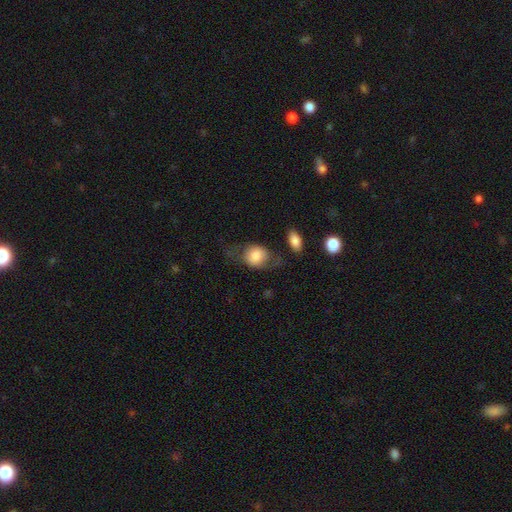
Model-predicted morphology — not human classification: Q: Smooth or featured?
A: smooth (73%); runner-up: featured or disk (20%)
Q: How rounded?
A: round (49%); tied with: in between (49%)
Q: Merging?
A: none (50%); runner-up: minor disturbance (24%)